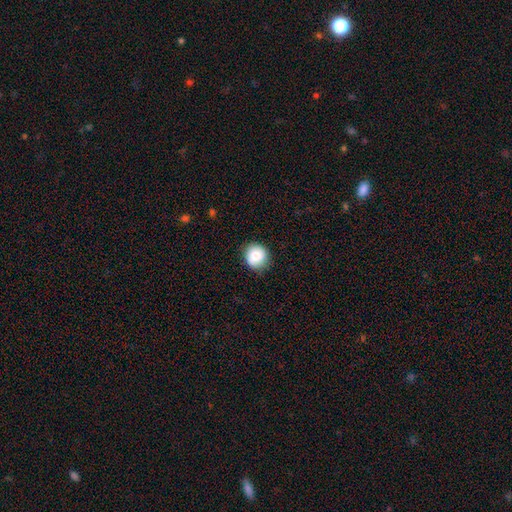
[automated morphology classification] This appears to be a smooth galaxy with no disk features (80%) that is round (90%). Merging: none (84%).